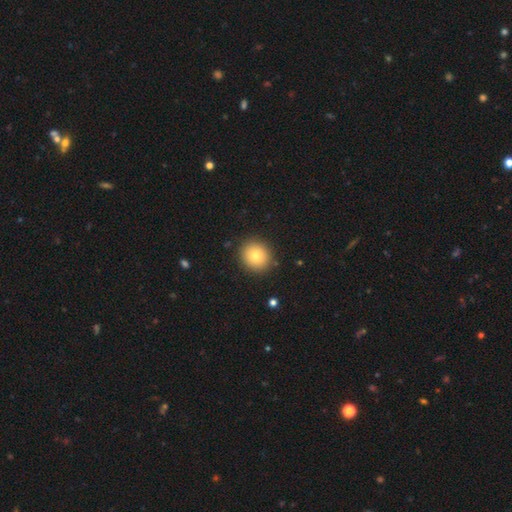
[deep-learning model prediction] The model was most divided on "smooth or featured": smooth: 78%, featured or disk: 11%, star or artifact: 10%. More confident: merging — none (89%); how rounded — round (87%).